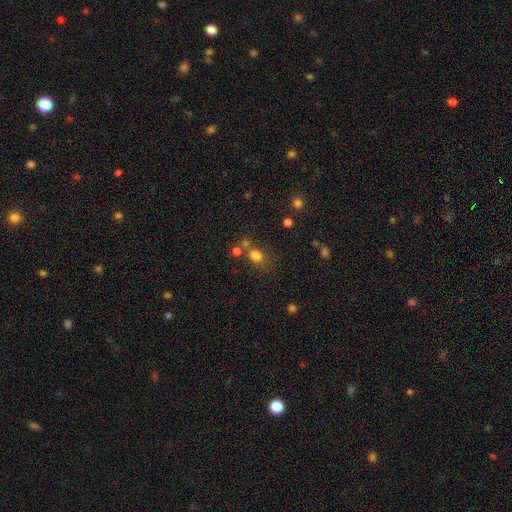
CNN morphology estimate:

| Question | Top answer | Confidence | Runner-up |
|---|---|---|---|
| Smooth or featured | smooth | 76% | star or artifact (16%) |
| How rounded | round | 67% | in between (32%) |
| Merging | none | 56% | merger (25%) |